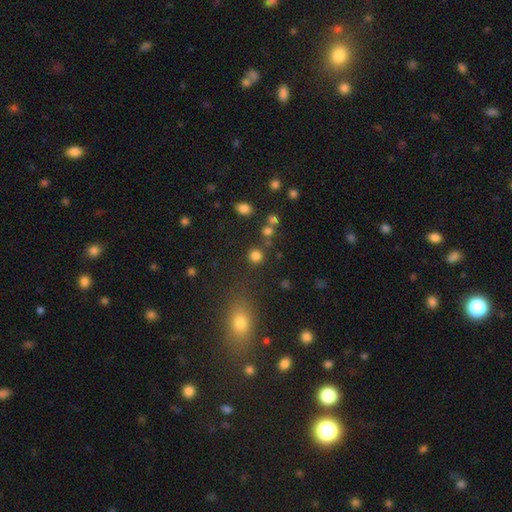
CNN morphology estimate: Q: Smooth or featured?
A: smooth (79%); runner-up: star or artifact (16%)
Q: How rounded?
A: round (91%); runner-up: in between (8%)
Q: Merging?
A: none (80%); runner-up: merger (8%)